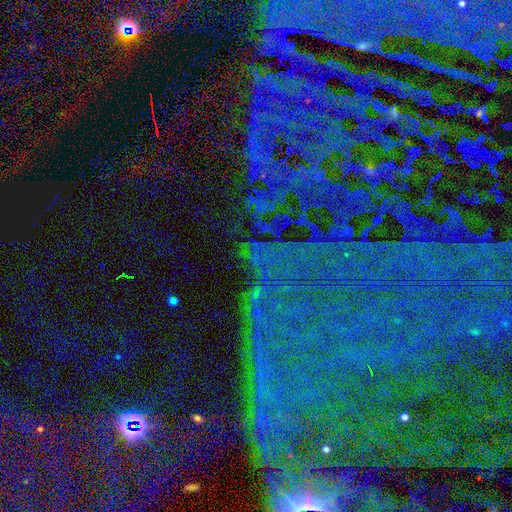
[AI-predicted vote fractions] A star or artifact, not a galaxy (85%).

Vote fractions:
- Smooth or featured? star or artifact: 85% / featured or disk: 8% / smooth: 7%